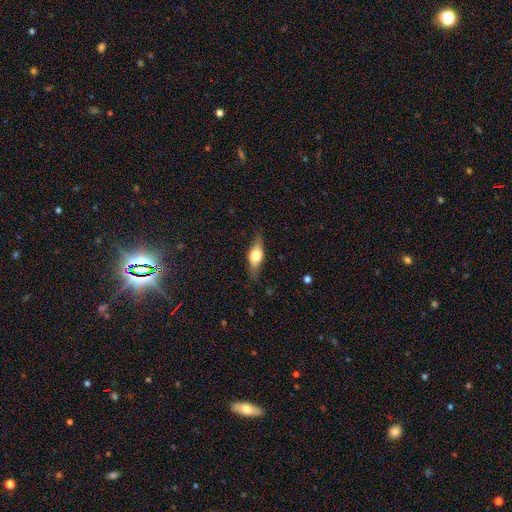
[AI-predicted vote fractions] smooth_or_featured: featured or disk (p=0.50) [alt: smooth p=0.43]
merging: none (p=0.79) [alt: minor disturbance p=0.16]